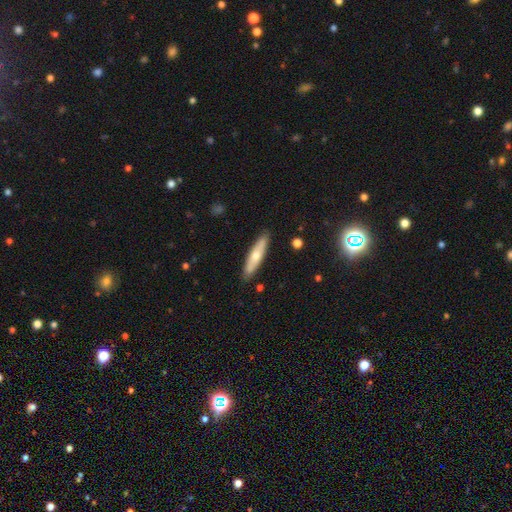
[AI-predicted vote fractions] This is possibly a smooth galaxy (53%). How rounded: likely cigar-shaped (79%). Merging: clearly none (89%).